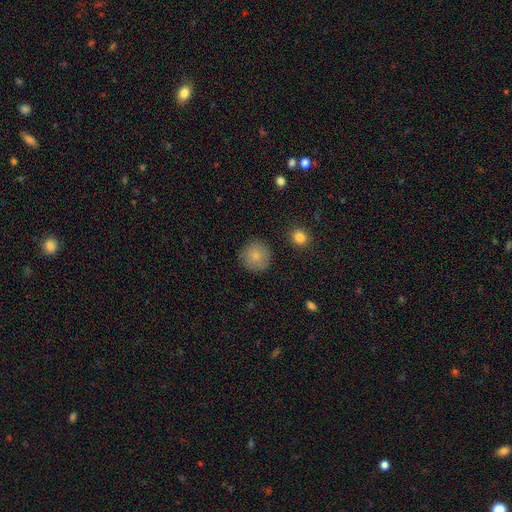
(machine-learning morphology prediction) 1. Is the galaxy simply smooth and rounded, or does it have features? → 83% smooth, 9% featured or disk, 8% star or artifact.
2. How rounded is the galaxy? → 94% round, 5% in between, 1% cigar-shaped.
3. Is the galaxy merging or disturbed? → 86% none, 10% minor disturbance, 3% major disturbance, 2% merger.